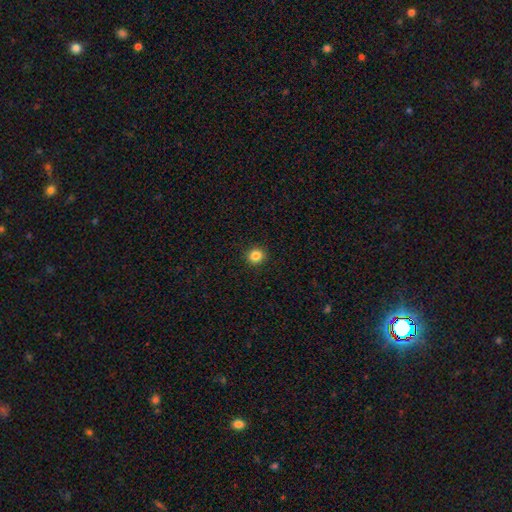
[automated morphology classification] This appears to be a smooth galaxy with no disk features (85%) that is round (89%). Merging: none (92%).